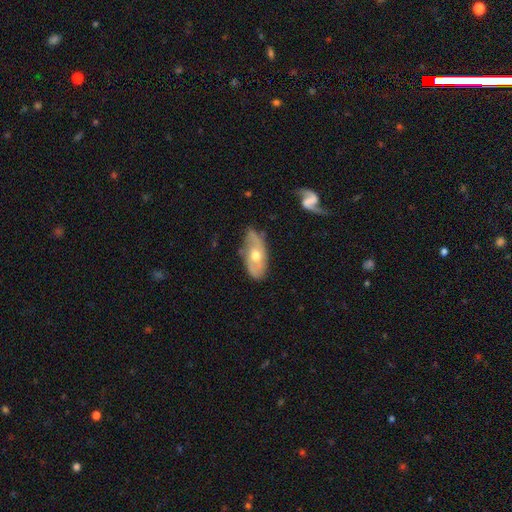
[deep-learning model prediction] A featured or disk galaxy (62%) with no bar (77%), spiral arms (69%) and a moderate central bulge (76%).

Vote fractions:
- Smooth or featured? featured or disk: 62% / smooth: 31% / star or artifact: 6%
- Edge-on disk? no: 85% / yes: 15%
- Bar? no: 77% / weak: 19% / strong: 4%
- Spiral arms? yes: 69% / no: 31%
- Bulge size? moderate: 76% / small: 16% / large: 6% / none: 1% / dominant: 1%
- Merging? none: 65% / minor disturbance: 27% / major disturbance: 6% / merger: 2%